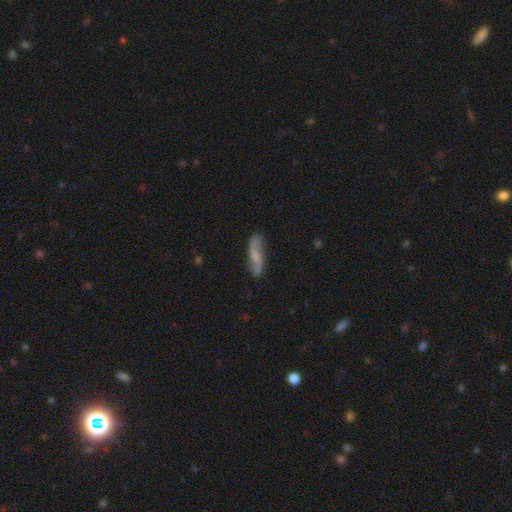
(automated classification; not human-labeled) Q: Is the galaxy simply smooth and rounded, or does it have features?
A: featured or disk — 68%.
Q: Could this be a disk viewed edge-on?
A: no — 84%.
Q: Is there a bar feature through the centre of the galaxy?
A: no — 48%.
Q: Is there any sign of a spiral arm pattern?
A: yes — 93%.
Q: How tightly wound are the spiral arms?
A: loose — 77%.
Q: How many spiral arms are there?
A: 2 — 92%.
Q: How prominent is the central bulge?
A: small — 34%.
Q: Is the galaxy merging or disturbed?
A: none — 79%.